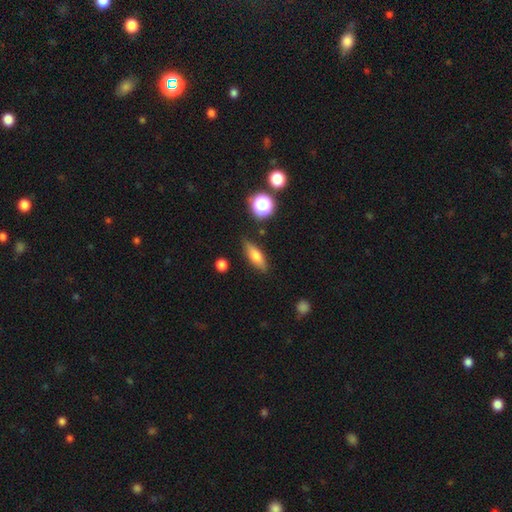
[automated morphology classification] This is likely a smooth galaxy (65%). How rounded: possibly in between (49%). Merging: clearly none (82%).